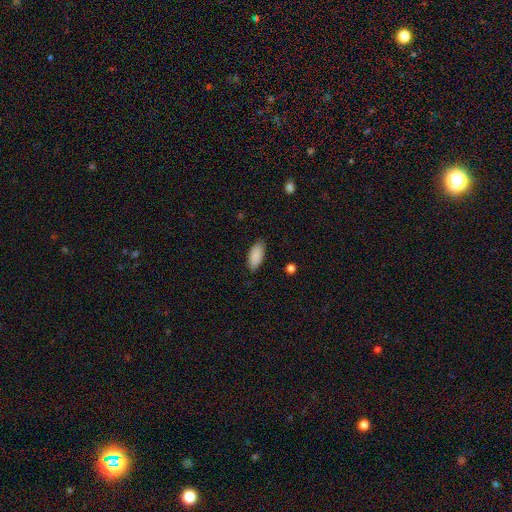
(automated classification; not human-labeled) Smooth or featured: smooth — 89% (star or artifact — 6%)
How rounded: in between — 90% (cigar-shaped — 8%)
Merging: none — 81% (minor disturbance — 15%)